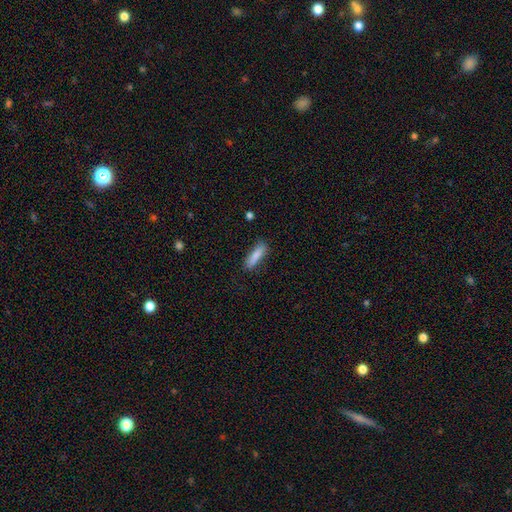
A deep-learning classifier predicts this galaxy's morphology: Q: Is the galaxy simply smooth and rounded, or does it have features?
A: smooth — 83%.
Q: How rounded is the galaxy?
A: cigar-shaped — 73%.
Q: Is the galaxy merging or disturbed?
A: none — 82%.